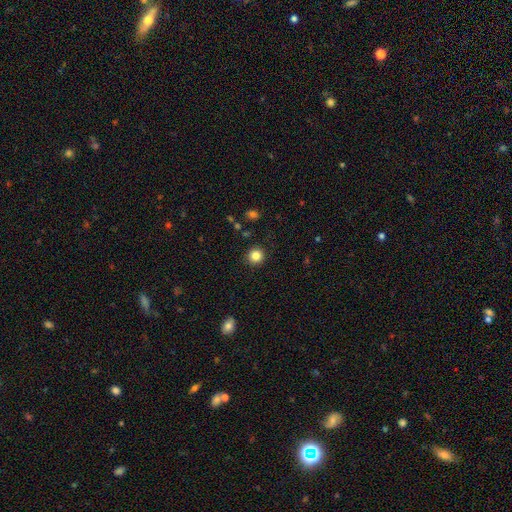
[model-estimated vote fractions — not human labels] This is clearly a smooth galaxy (84%). How rounded: clearly round (94%). Merging: clearly none (92%).